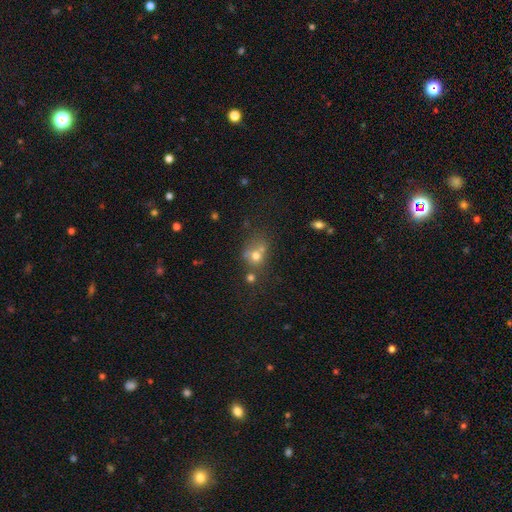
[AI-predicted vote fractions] A smooth galaxy with no disk features (65%) that is round (68%).

Vote fractions:
- Smooth or featured? smooth: 65% / featured or disk: 18% / star or artifact: 17%
- How rounded? round: 68% / in between: 31% / cigar-shaped: 1%
- Merging? merger: 39% / none: 37% / minor disturbance: 14% / major disturbance: 10%